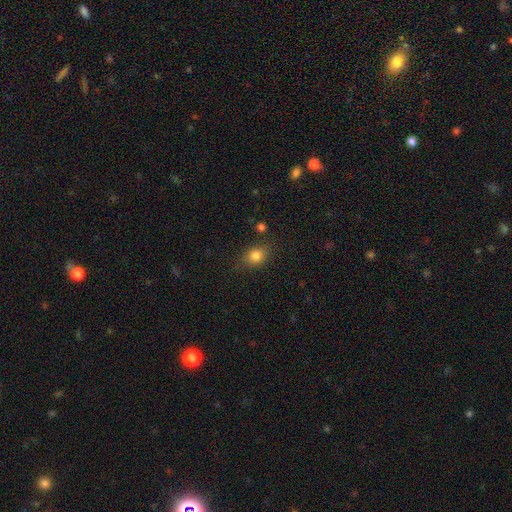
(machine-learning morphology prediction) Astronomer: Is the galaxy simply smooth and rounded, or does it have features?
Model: smooth — 82%.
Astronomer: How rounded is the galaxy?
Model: in between — 56% (runner-up: round, 42%).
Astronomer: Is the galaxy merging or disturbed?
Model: none — 76%.